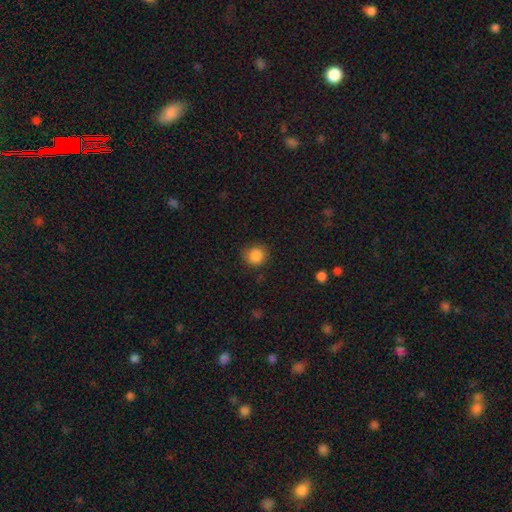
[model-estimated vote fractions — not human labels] A smooth galaxy with no disk features (86%) that is round (88%).

Vote fractions:
- Smooth or featured? smooth: 86% / star or artifact: 10% / featured or disk: 4%
- How rounded? round: 88% / in between: 11% / cigar-shaped: 1%
- Merging? none: 84% / minor disturbance: 12% / major disturbance: 3% / merger: 1%